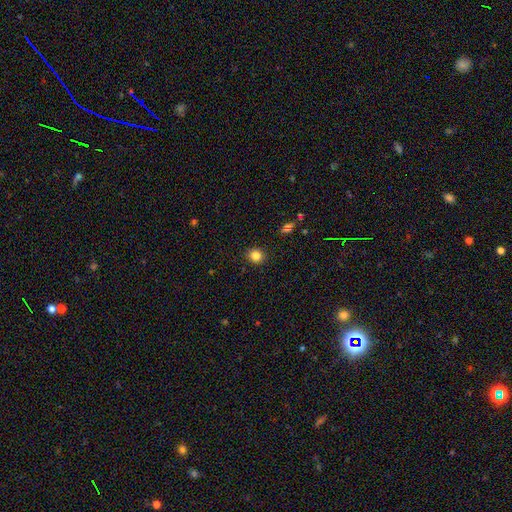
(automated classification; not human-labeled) This appears to be a smooth galaxy with no disk features (82%) that is round (84%). Merging: none (90%).